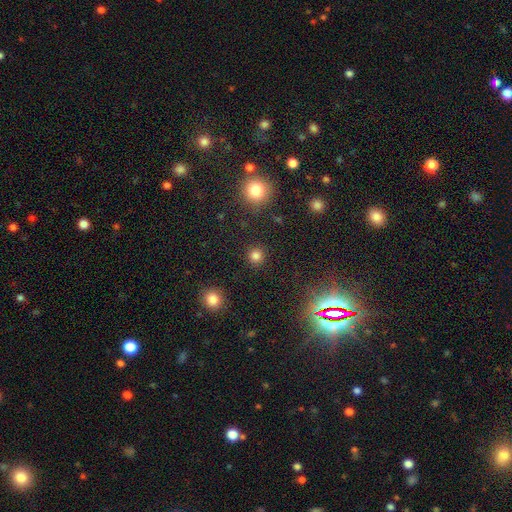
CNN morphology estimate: type=smooth (80%); roundness=round (93%); merging=none (90%).